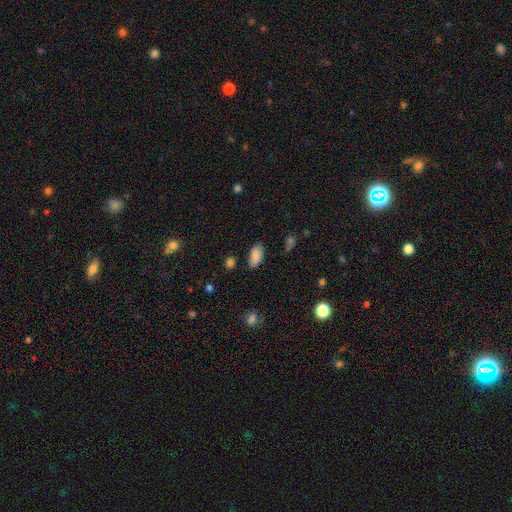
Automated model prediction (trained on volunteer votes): smooth_or_featured: smooth (p=0.81) [alt: featured or disk p=0.10]
how_rounded: in between (p=0.93) [alt: cigar-shaped p=0.04]
merging: none (p=0.77) [alt: minor disturbance p=0.16]